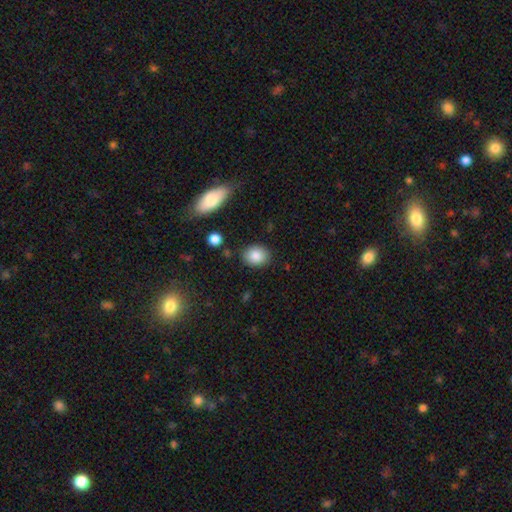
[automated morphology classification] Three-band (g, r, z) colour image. It shows a smooth galaxy with no disk features (85%) that is round (52%). Merging: none (85%).